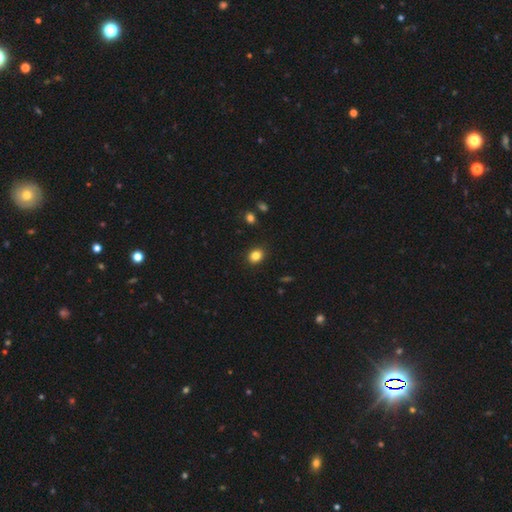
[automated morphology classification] A smooth galaxy with no disk features (84%) that is round (58%).

Vote fractions:
- Smooth or featured? smooth: 84% / star or artifact: 11% / featured or disk: 5%
- How rounded? round: 58% / in between: 41% / cigar-shaped: 1%
- Merging? none: 90% / minor disturbance: 7% / major disturbance: 2% / merger: 1%